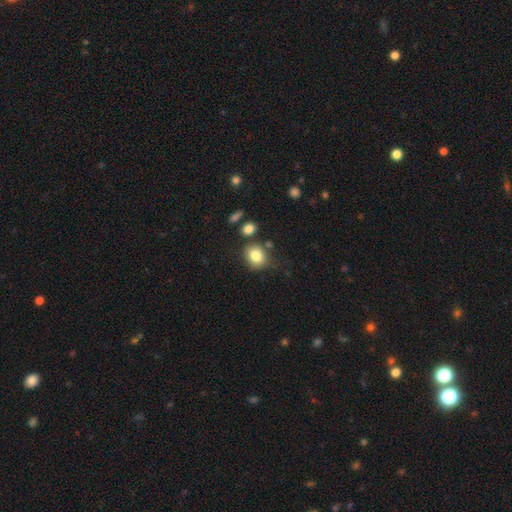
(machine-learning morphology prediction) smooth-or-featured: smooth: 81% | star or artifact: 10% | featured or disk: 9%
  how-rounded: round: 59% | in between: 40% | cigar-shaped: 1%
  merging: none: 69% | minor disturbance: 17% | merger: 9% | major disturbance: 5%